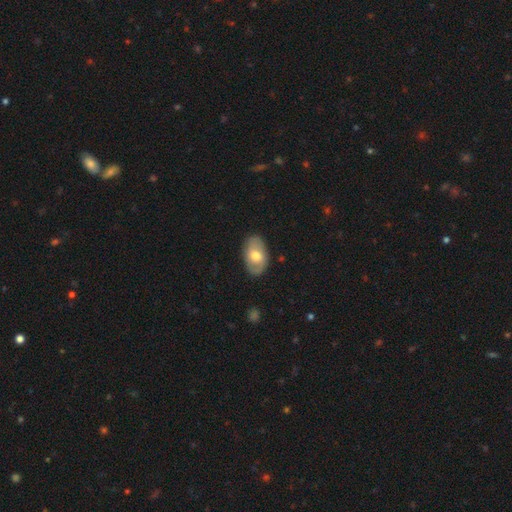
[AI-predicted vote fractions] Morphology: type=smooth (59%); roundness=in between (90%); merging=none (81%).